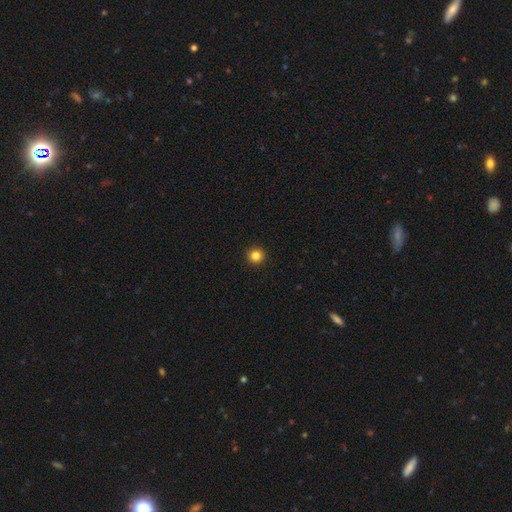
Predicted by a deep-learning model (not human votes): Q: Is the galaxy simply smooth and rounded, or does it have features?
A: smooth — 83%.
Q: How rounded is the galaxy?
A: round — 96%.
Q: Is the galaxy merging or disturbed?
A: none — 94%.